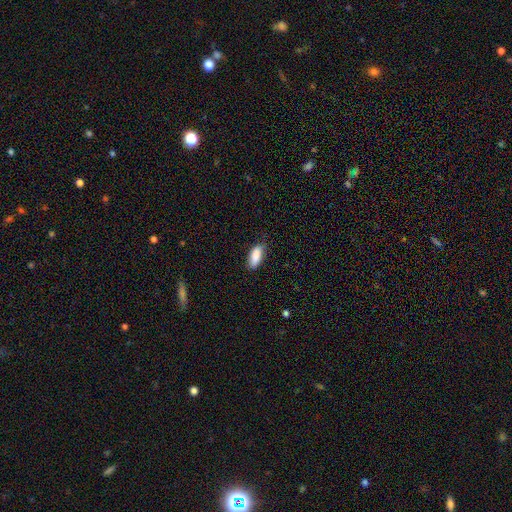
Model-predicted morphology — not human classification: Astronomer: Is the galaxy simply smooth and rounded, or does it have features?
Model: smooth — 87%.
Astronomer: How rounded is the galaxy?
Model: in between — 80%.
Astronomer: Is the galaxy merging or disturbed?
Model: none — 74%.